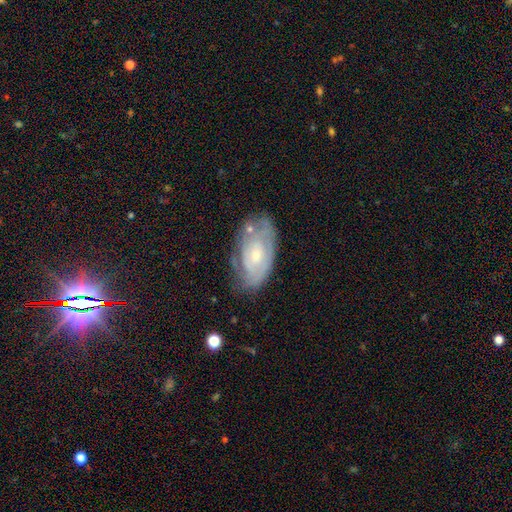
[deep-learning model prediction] A featured or disk galaxy (71%) with no bar (73%), tight (68%) spiral arms (78%) and a small central bulge (61%). Merging: none (63%).